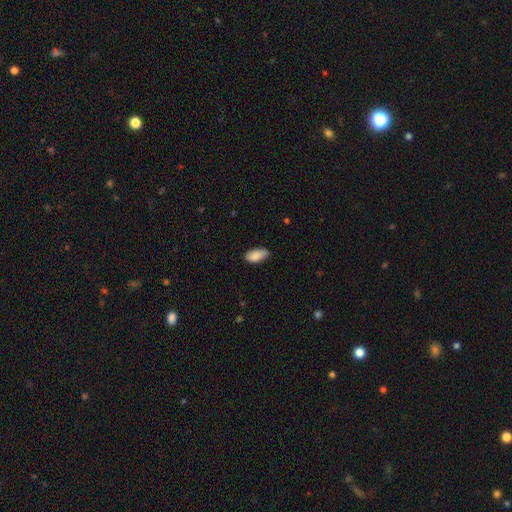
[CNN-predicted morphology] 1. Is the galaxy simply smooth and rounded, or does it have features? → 87% smooth, 7% featured or disk, 6% star or artifact.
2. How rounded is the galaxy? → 91% in between, 7% cigar-shaped, 2% round.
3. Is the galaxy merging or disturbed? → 72% none, 23% minor disturbance, 3% major disturbance, 1% merger.